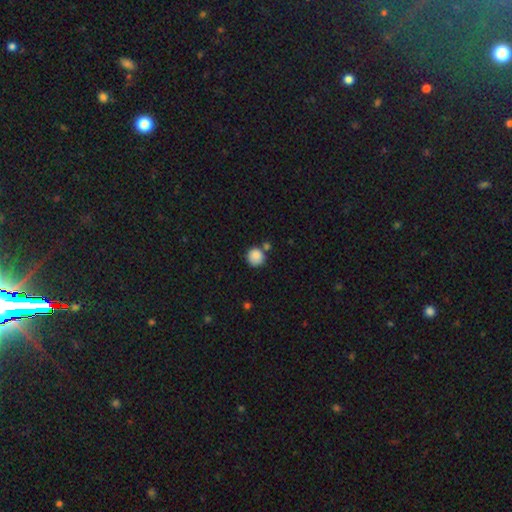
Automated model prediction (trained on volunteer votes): smooth_or_featured: smooth (p=0.87) [alt: star or artifact p=0.09]
how_rounded: round (p=0.92) [alt: in between p=0.07]
merging: none (p=0.68) [alt: merger p=0.17]